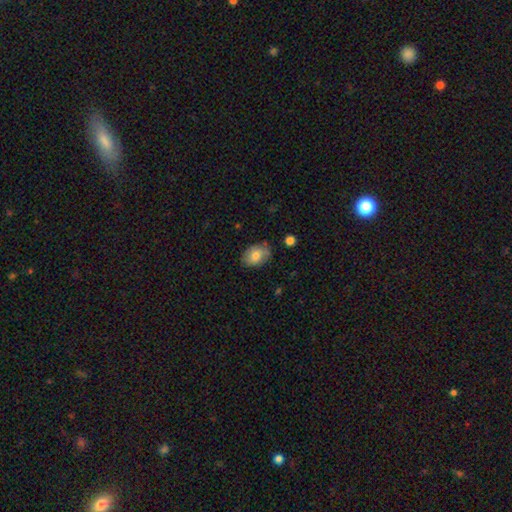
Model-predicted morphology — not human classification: Smooth or featured: smooth — 75% (featured or disk — 17%)
How rounded: in between — 80% (round — 19%)
Merging: none — 75% (minor disturbance — 19%)